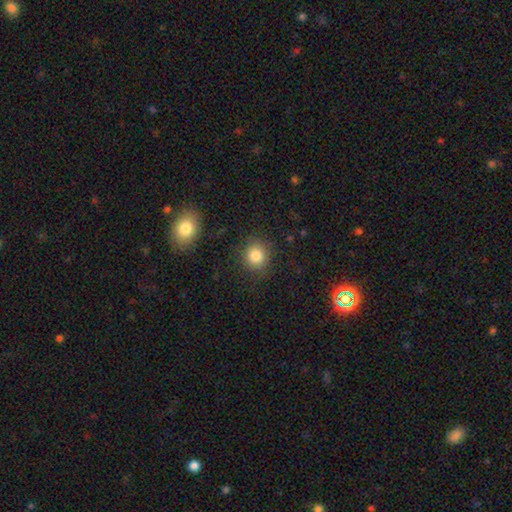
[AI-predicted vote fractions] Q: Smooth or featured?
A: smooth (83%); runner-up: star or artifact (11%)
Q: How rounded?
A: round (85%); runner-up: in between (14%)
Q: Merging?
A: none (86%); runner-up: minor disturbance (9%)